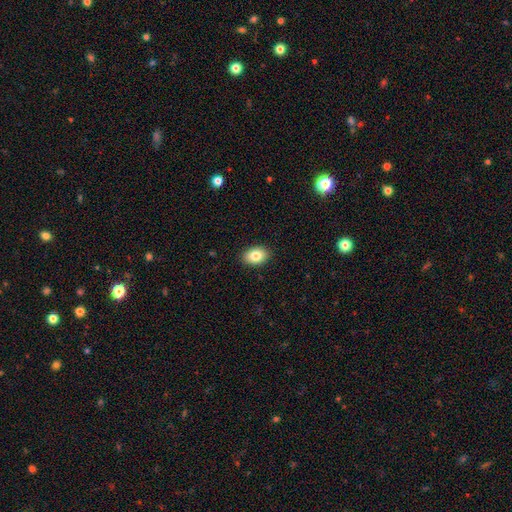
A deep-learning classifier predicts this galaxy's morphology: Smooth or featured? Predicted: smooth (p=0.84). How rounded? Predicted: in between (p=0.85). Merging? Predicted: none (p=0.90).